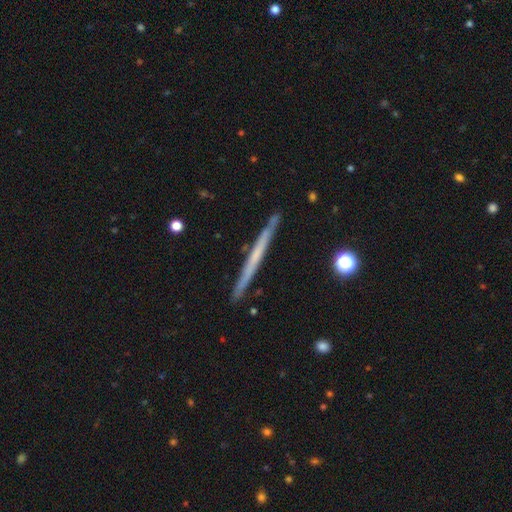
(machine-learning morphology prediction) This is possibly a featured or disk galaxy (58%). It is clearly viewed edge-on (97%). Edge-on bulge: clearly none (87%). Merging: clearly none (90%).